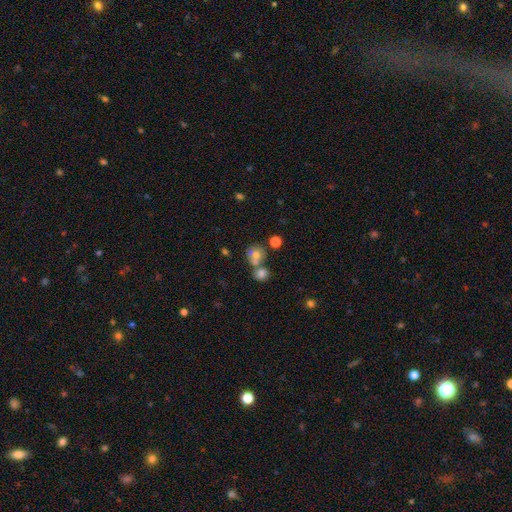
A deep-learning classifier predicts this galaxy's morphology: Overall: smooth (69%). How rounded: round (74%). Merging: merger (44%; none 42%).